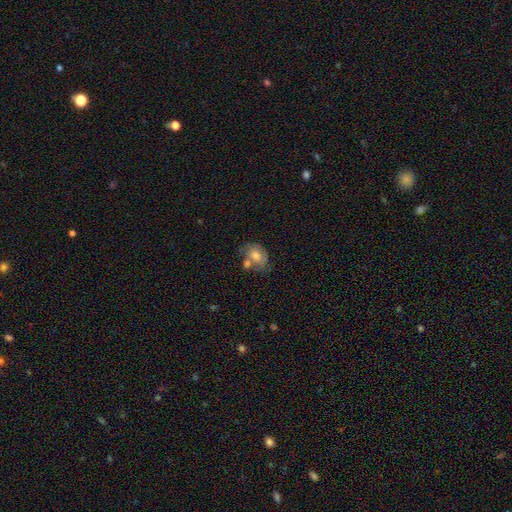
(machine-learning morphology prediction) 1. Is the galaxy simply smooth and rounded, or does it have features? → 60% smooth, 31% featured or disk, 9% star or artifact.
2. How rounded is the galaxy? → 67% in between, 32% round, 1% cigar-shaped.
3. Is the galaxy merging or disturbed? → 42% none, 29% merger, 20% minor disturbance, 8% major disturbance.